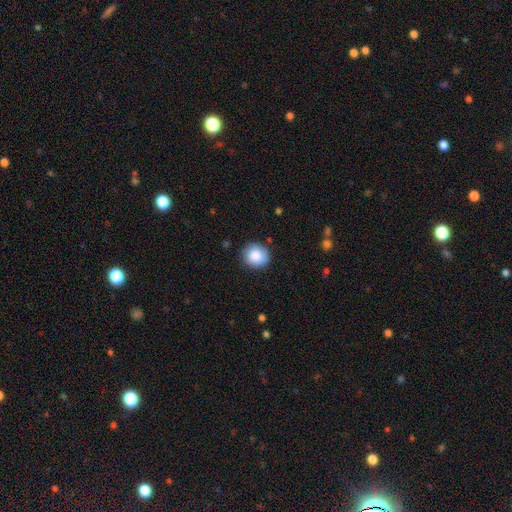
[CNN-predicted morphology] This is clearly a smooth galaxy (86%). How rounded: clearly round (85%). Merging: clearly none (86%).